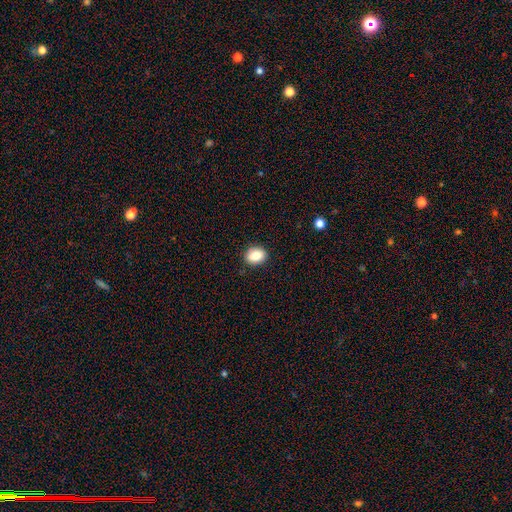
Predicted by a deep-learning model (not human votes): The model was most divided on "how rounded": in between: 59%, round: 40%, cigar-shaped: 1%. More confident: merging — none (89%); smooth or featured — smooth (85%).